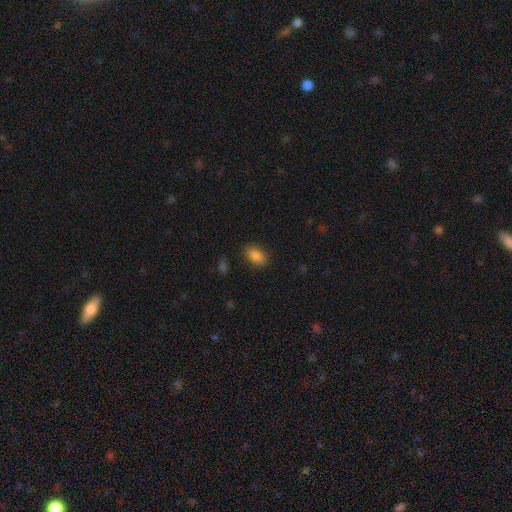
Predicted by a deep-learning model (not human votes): Smooth or featured? smooth (86%)
How rounded? in between (90%)
Merging? none (86%)